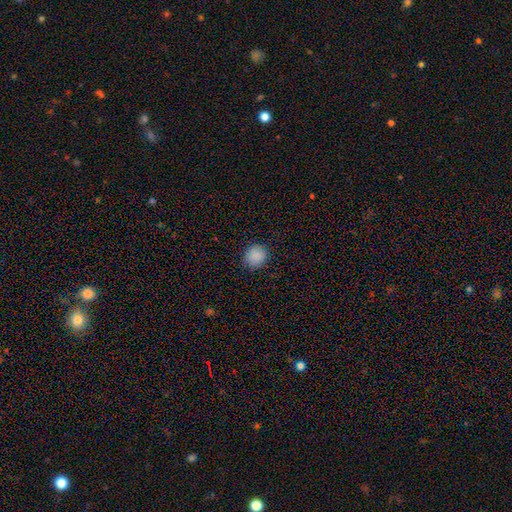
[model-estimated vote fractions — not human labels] Smooth or featured? smooth (88%)
How rounded? round (81%)
Merging? none (88%)